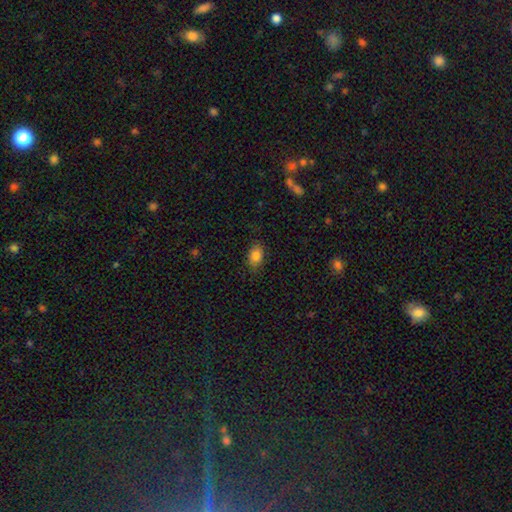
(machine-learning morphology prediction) smooth-or-featured: smooth: 84% | star or artifact: 10% | featured or disk: 6%
  how-rounded: in between: 79% | round: 20% | cigar-shaped: 1%
  merging: none: 81% | minor disturbance: 14% | major disturbance: 4% | merger: 1%